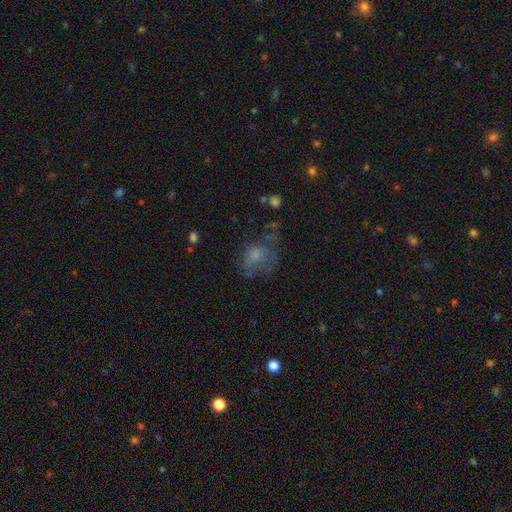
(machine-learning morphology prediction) Smooth or featured?
  - smooth: 55% *
  - featured or disk: 30%
  - star or artifact: 15%
How rounded?
  - in between: 50% *
  - round: 48%
  - cigar-shaped: 1%
Merging?
  - major disturbance: 38% *
  - none: 36%
  - minor disturbance: 22%
  - merger: 4%